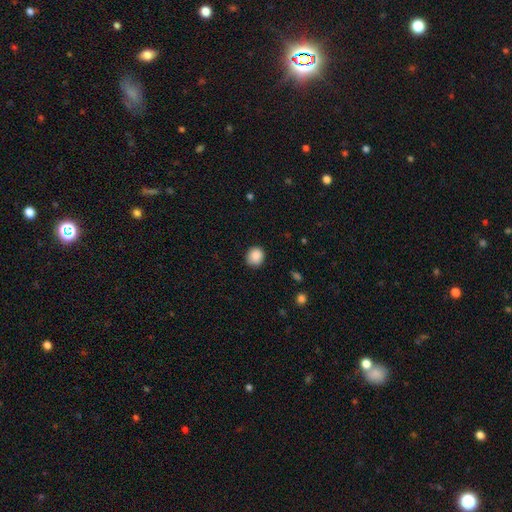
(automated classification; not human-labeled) smooth-or-featured: smooth: 88% | star or artifact: 8% | featured or disk: 3%
  how-rounded: round: 80% | in between: 19% | cigar-shaped: 1%
  merging: none: 86% | minor disturbance: 11% | major disturbance: 2% | merger: 1%